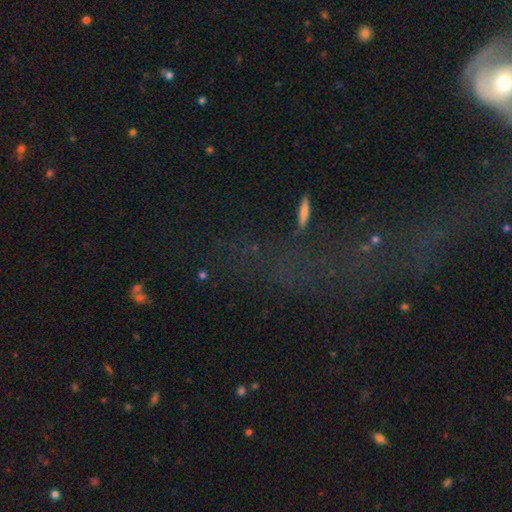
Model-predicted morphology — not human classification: Smooth or featured? star or artifact (61%)